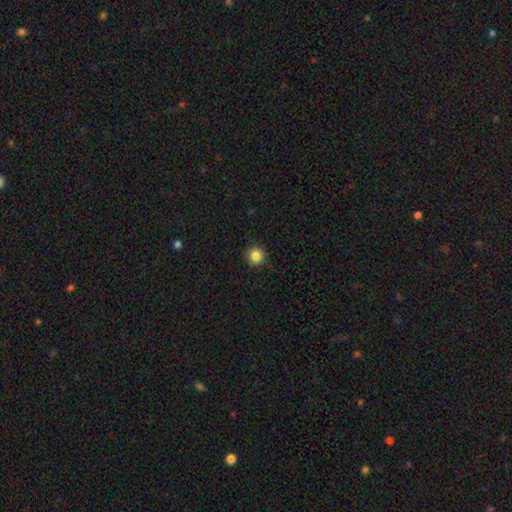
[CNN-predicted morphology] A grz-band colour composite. It shows a smooth galaxy with no disk features (84%) that is round (96%). Merging: none (92%).